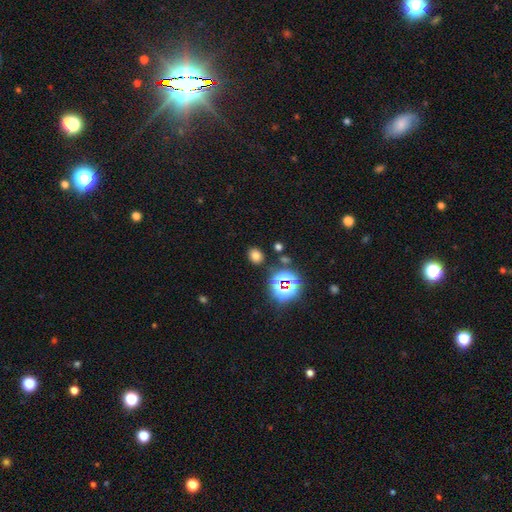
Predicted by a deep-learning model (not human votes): Smooth or featured? Predicted: smooth (p=0.69). How rounded? Predicted: round (p=0.55). Merging? Predicted: none (p=0.84).